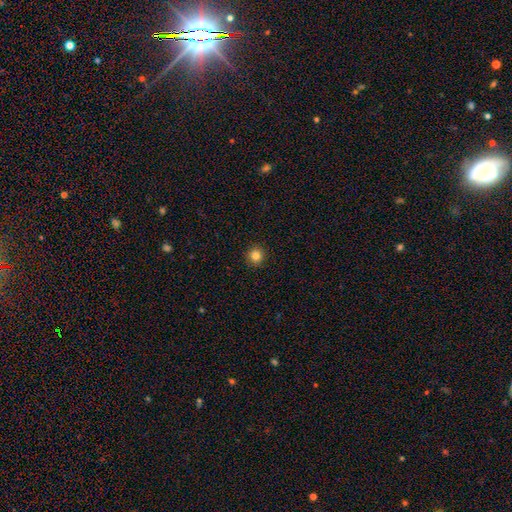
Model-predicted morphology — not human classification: This appears to be a smooth galaxy with no disk features (83%) that is round (93%). Merging: none (92%).